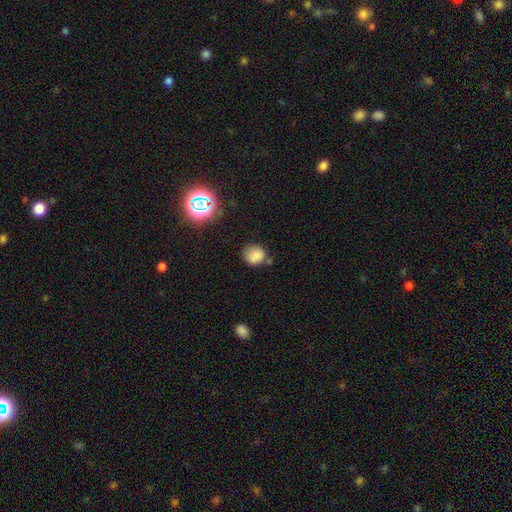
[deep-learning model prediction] Smooth or featured?
  - smooth: 78% *
  - star or artifact: 15%
  - featured or disk: 8%
How rounded?
  - round: 79% *
  - in between: 20%
  - cigar-shaped: 1%
Merging?
  - none: 65% *
  - minor disturbance: 22%
  - merger: 8%
  - major disturbance: 5%